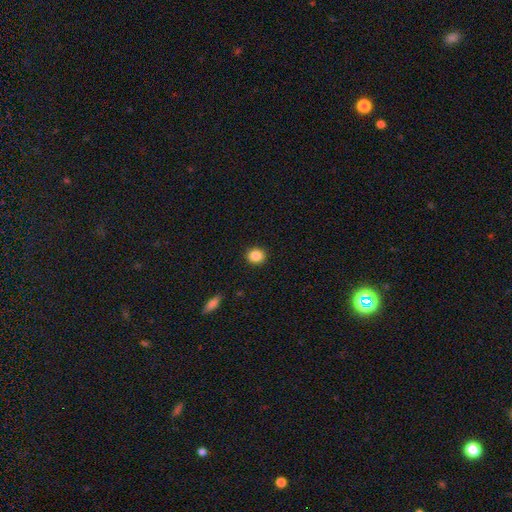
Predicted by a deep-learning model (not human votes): A smooth galaxy with no disk features (86%) that is round (82%).

Vote fractions:
- Smooth or featured? smooth: 86% / star or artifact: 10% / featured or disk: 4%
- How rounded? round: 82% / in between: 17% / cigar-shaped: 1%
- Merging? none: 92% / minor disturbance: 6% / major disturbance: 2% / merger: 1%